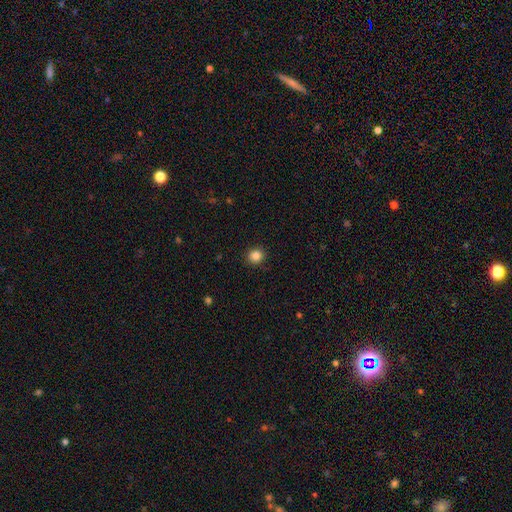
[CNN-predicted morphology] Smooth or featured: smooth — 85% (star or artifact — 11%)
How rounded: round — 90% (in between — 9%)
Merging: none — 91% (minor disturbance — 6%)